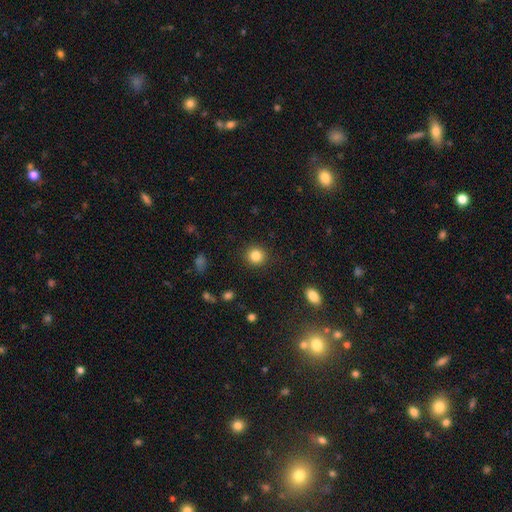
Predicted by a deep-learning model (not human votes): smooth-or-featured: smooth: 85% | star or artifact: 11% | featured or disk: 5%
  how-rounded: round: 91% | in between: 8% | cigar-shaped: 1%
  merging: none: 91% | minor disturbance: 6% | major disturbance: 2% | merger: 1%